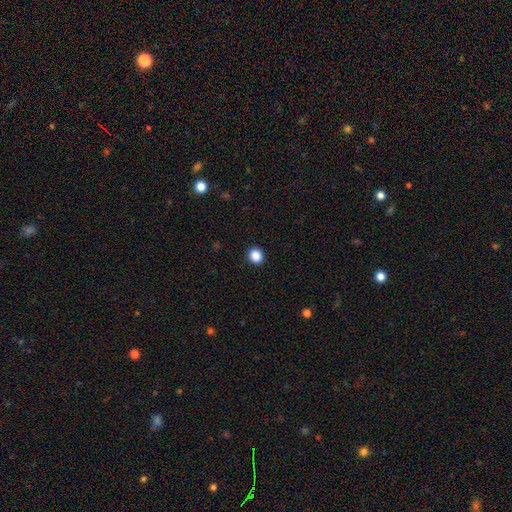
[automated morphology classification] smooth 87%, star or artifact 11%, featured or disk 3%. Down the decision tree: how rounded — round (87%); merging — none (93%).